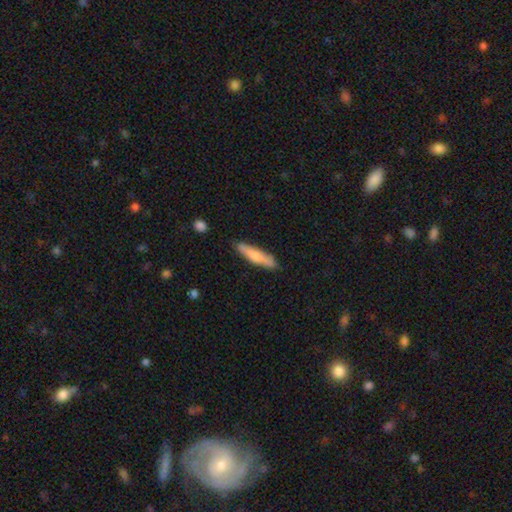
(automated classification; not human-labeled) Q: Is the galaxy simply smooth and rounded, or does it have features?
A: smooth — 68%.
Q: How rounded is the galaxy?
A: cigar-shaped — 83%.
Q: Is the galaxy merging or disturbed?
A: none — 83%.